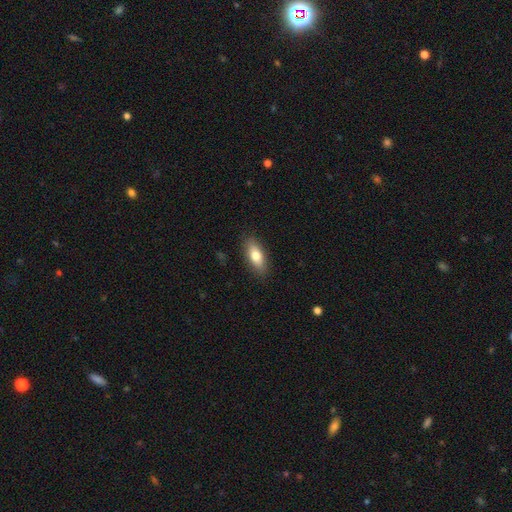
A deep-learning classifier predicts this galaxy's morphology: This appears to be a smooth galaxy with no disk features (77%) that is in between round and cigar-shaped (80%). Merging: none (87%).